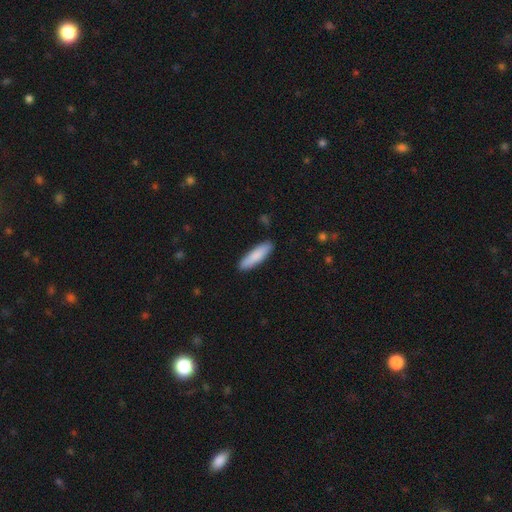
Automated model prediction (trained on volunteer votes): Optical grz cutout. It shows a smooth galaxy with no disk features (85%) that is cigar-shaped (67%). Merging: none (89%).